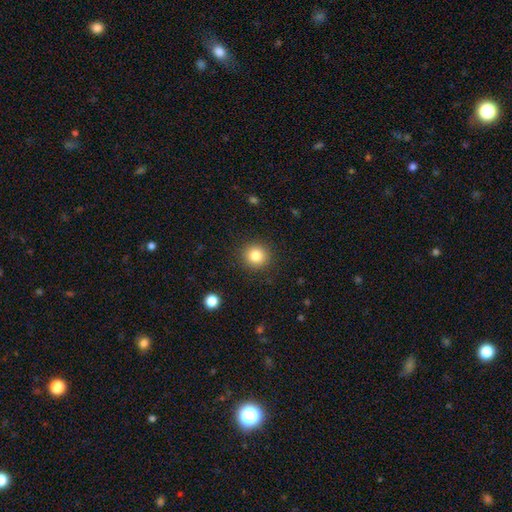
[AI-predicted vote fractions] Morphology: type=smooth (82%); roundness=round (93%); merging=none (90%).